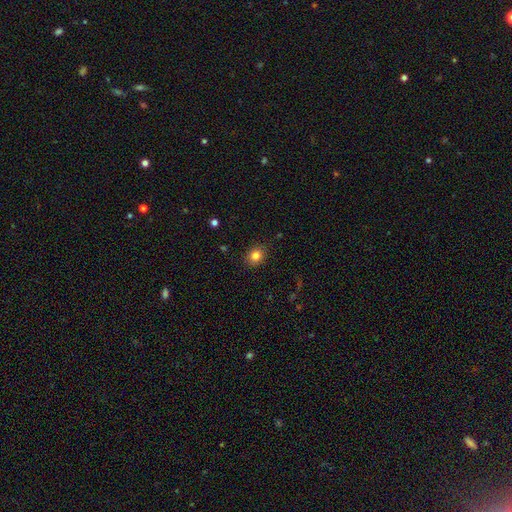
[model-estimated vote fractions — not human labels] Smooth or featured? smooth (82%)
How rounded? round (63%)
Merging? none (88%)